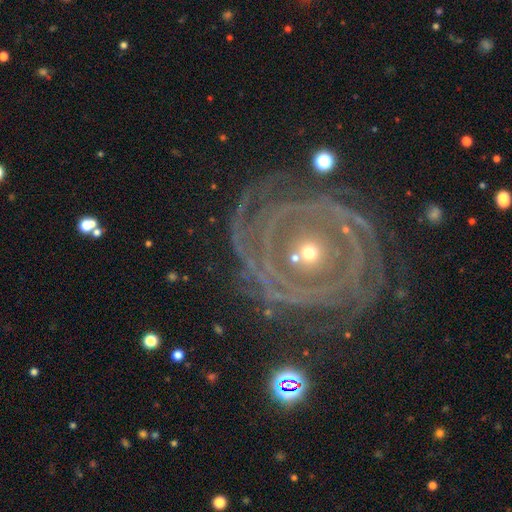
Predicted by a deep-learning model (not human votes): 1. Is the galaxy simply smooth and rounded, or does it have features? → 89% featured or disk, 7% star or artifact, 4% smooth.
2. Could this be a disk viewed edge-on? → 96% no, 4% yes.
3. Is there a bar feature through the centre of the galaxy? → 64% no, 21% weak, 15% strong.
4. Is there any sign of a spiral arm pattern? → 96% yes, 4% no.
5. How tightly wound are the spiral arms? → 85% tight, 13% medium, 3% loose.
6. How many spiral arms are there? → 26% 2, 21% can't tell, 20% 3, 14% 4, 11% more than 4, 8% 1.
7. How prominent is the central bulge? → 63% small, 34% moderate, 2% large, 1% none, 1% dominant.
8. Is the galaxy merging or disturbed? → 77% none, 15% minor disturbance, 7% major disturbance, 2% merger.